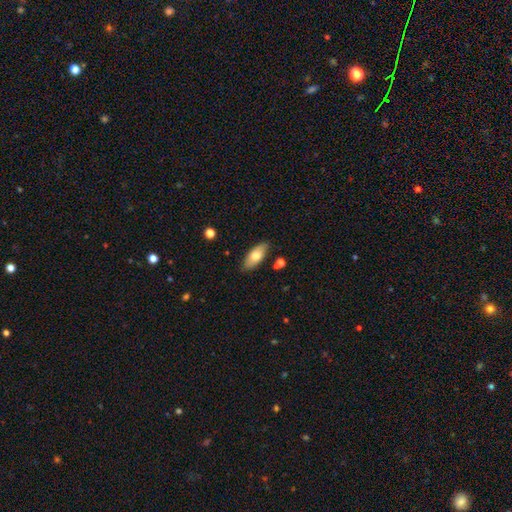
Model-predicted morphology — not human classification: Smooth or featured? smooth (74%)
How rounded? in between (83%)
Merging? none (84%)